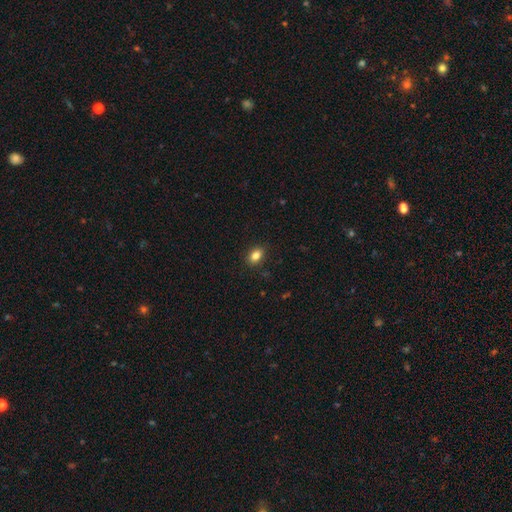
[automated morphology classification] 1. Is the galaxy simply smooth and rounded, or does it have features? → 84% smooth, 10% star or artifact, 6% featured or disk.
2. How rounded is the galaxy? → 75% in between, 24% round, 1% cigar-shaped.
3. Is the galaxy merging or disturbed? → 88% none, 9% minor disturbance, 2% major disturbance, 1% merger.